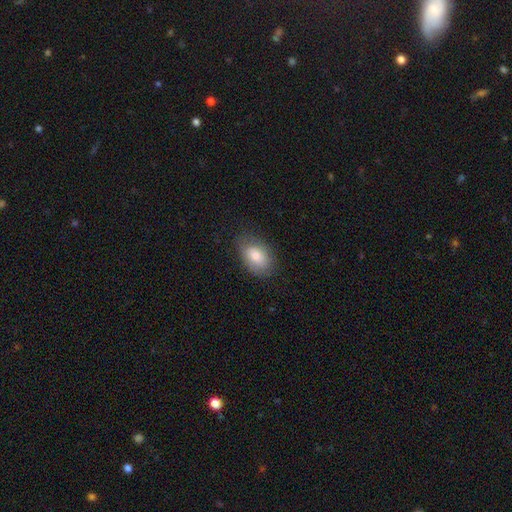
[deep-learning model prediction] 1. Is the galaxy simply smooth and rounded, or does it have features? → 80% smooth, 13% featured or disk, 7% star or artifact.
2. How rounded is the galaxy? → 89% in between, 10% round, 1% cigar-shaped.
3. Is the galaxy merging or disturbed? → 75% none, 19% minor disturbance, 5% major disturbance, 1% merger.